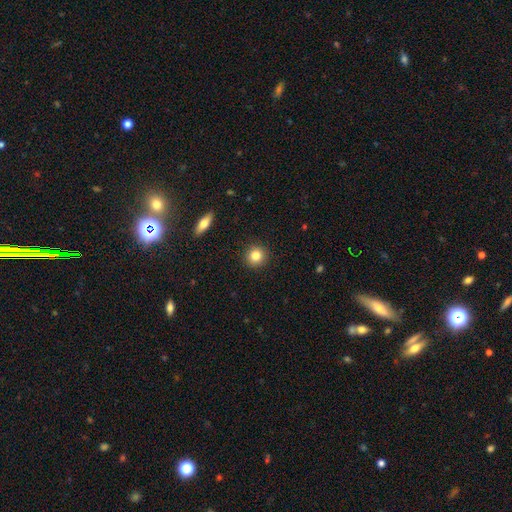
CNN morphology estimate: Smooth or featured: smooth — 83% (star or artifact — 10%)
How rounded: round — 92% (in between — 6%)
Merging: none — 92% (minor disturbance — 6%)